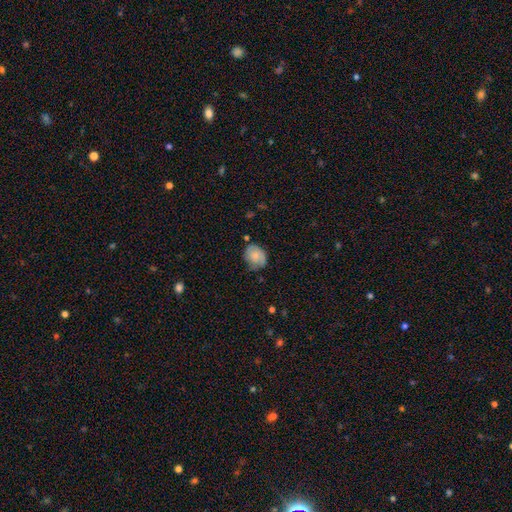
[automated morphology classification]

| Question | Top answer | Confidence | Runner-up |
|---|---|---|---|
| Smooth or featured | smooth | 70% | featured or disk (23%) |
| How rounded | in between | 54% | round (45%) |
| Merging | none | 59% | minor disturbance (30%) |